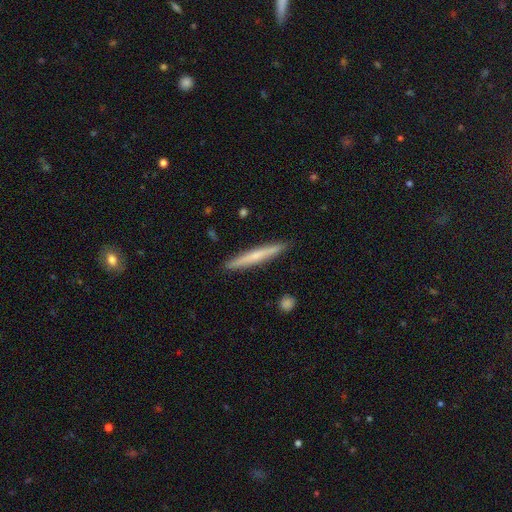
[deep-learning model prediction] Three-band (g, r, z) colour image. It shows a smooth galaxy with no disk features (52%) that is cigar-shaped (96%). Merging: none (92%).